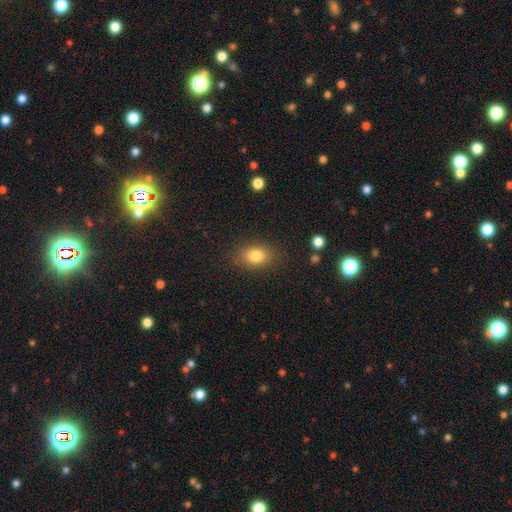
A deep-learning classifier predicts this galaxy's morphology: Smooth or featured? Predicted: smooth (p=0.82). How rounded? Predicted: in between (p=0.78). Merging? Predicted: none (p=0.83).